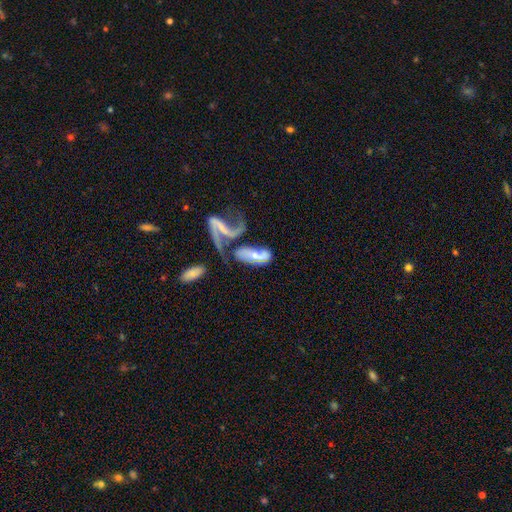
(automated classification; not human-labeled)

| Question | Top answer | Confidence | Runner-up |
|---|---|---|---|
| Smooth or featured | featured or disk | 59% | smooth (33%) |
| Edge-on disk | no | 89% | yes (11%) |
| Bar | no | 53% | weak (28%) |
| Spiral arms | yes | 64% | no (36%) |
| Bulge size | small | 51% | moderate (25%) |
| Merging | merger | 54% | major disturbance (20%) |